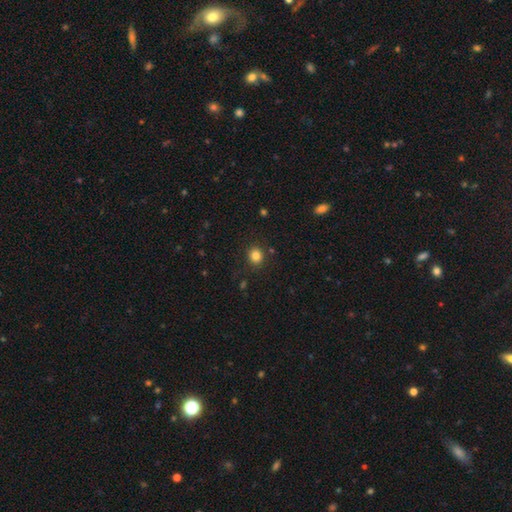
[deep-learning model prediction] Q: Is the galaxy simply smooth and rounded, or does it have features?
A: smooth — 83%.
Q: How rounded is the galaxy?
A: round — 82%.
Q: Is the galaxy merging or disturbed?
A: none — 87%.